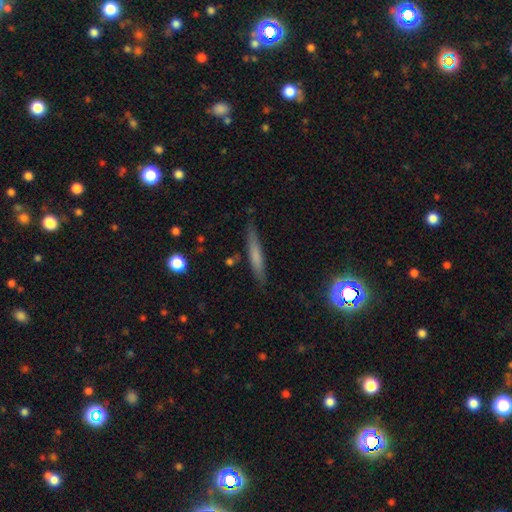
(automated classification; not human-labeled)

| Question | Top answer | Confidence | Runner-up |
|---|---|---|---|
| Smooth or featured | smooth | 60% | featured or disk (30%) |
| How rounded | cigar-shaped | 93% | in between (6%) |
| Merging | none | 85% | minor disturbance (11%) |